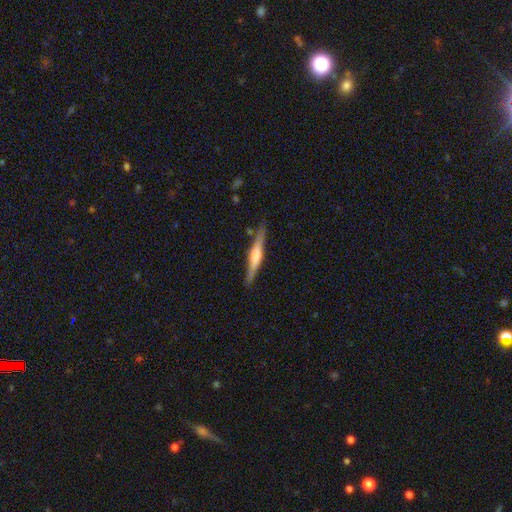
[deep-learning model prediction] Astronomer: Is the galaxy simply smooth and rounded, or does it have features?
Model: featured or disk — 61%.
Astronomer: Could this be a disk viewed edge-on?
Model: yes — 97%.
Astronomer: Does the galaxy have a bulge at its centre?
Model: rounded — 47% (runner-up: boxy, 39%).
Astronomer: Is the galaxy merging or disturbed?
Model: none — 85%.